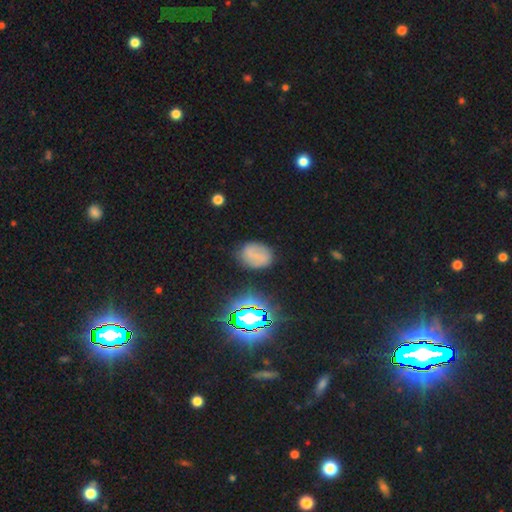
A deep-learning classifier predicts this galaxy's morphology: Q: Smooth or featured?
A: smooth (56%); runner-up: featured or disk (23%)
Q: How rounded?
A: in between (67%); runner-up: round (32%)
Q: Merging?
A: none (75%); runner-up: minor disturbance (17%)